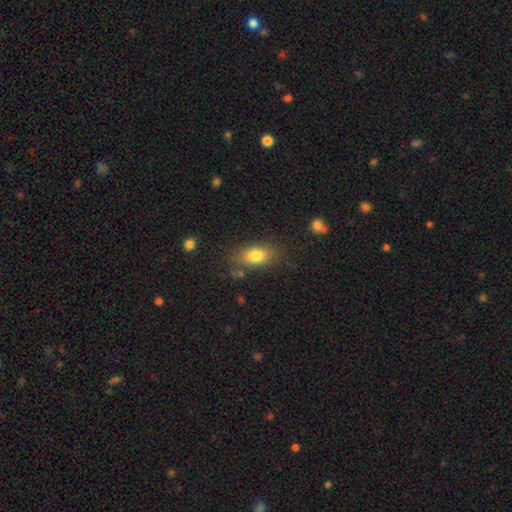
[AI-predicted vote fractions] smooth_or_featured: smooth (p=0.81) [alt: featured or disk p=0.10]
how_rounded: in between (p=0.84) [alt: round p=0.13]
merging: none (p=0.75) [alt: minor disturbance p=0.15]